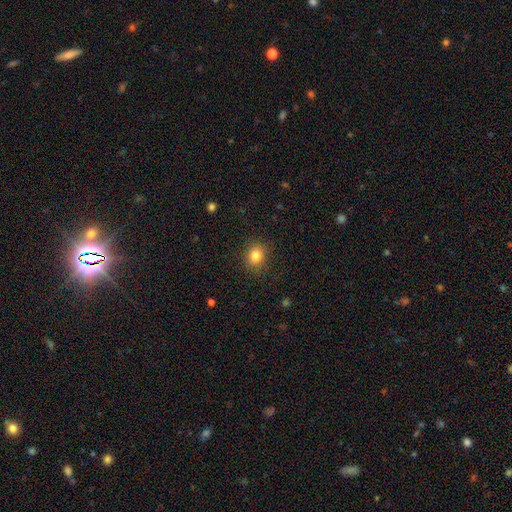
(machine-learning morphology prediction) Smooth or featured: smooth — 83% (star or artifact — 11%)
How rounded: round — 67% (in between — 32%)
Merging: none — 87% (minor disturbance — 9%)